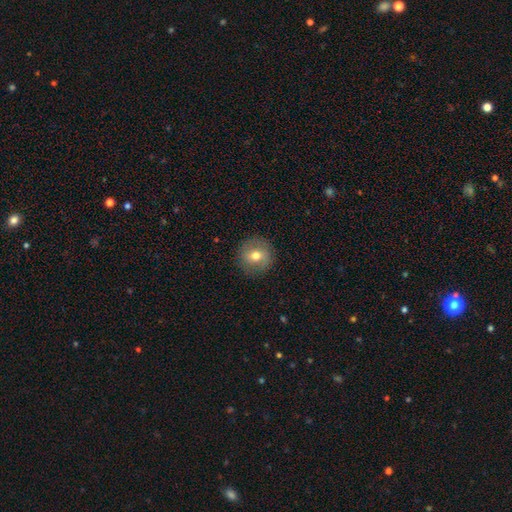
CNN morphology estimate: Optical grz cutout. It shows a smooth galaxy with no disk features (64%) that is round (91%). Merging: none (88%).